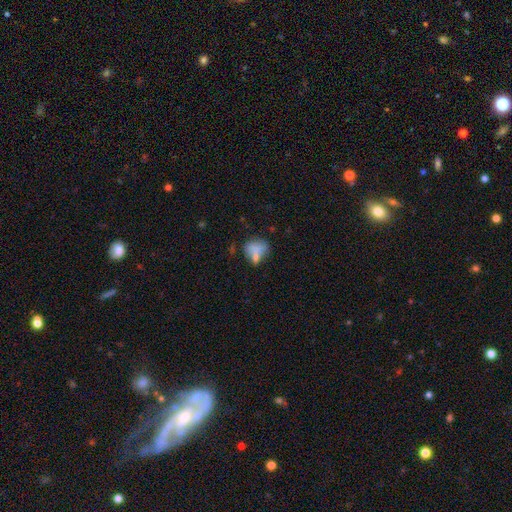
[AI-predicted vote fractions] Smooth or featured? Predicted: smooth (p=0.70). How rounded? Predicted: in between (p=0.59). Merging? Predicted: none (p=0.40).